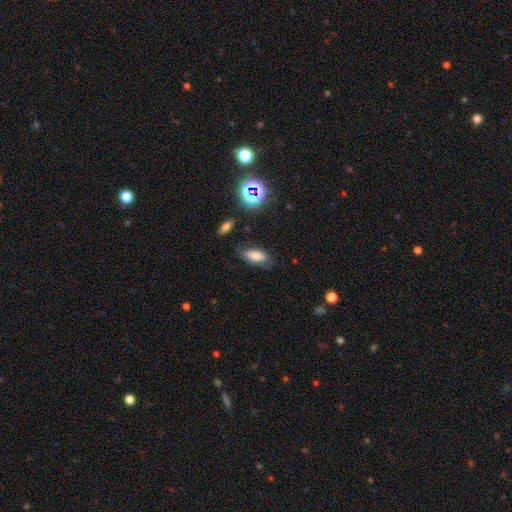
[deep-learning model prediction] This appears to be a smooth galaxy with no disk features (70%) that is in between round and cigar-shaped (79%). Merging: none (70%).